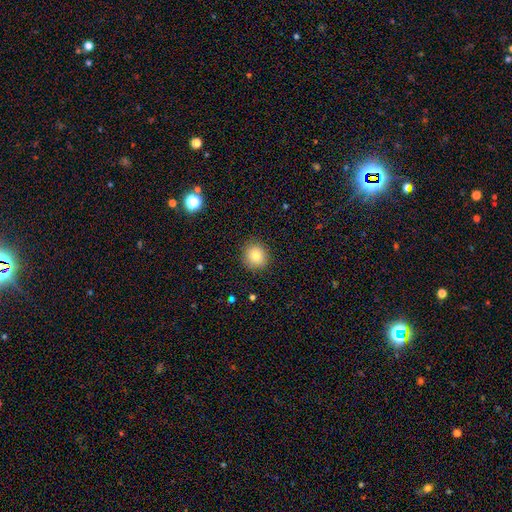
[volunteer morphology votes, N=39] Smooth or featured?
  - smooth: 82% *
  - star or artifact: 10%
  - featured or disk: 8%
How rounded?
  - round: 94% *
  - in between: 6%
  - cigar-shaped: 0%
Merging?
  - none: 94% *
  - minor disturbance: 3%
  - merger: 3%
  - major disturbance: 0%